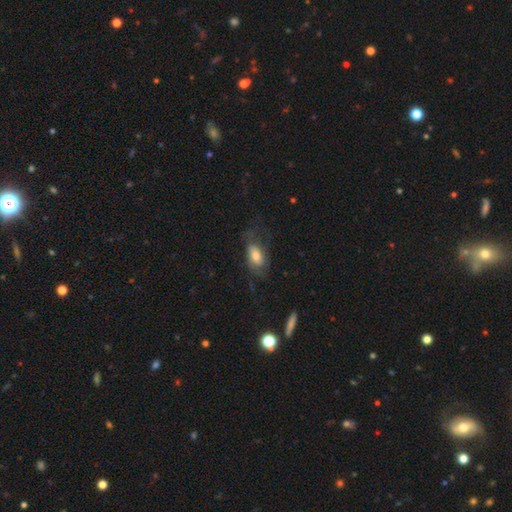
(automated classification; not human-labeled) smooth-or-featured: smooth: 54% | featured or disk: 38% | star or artifact: 8%
  how-rounded: in between: 88% | round: 7% | cigar-shaped: 5%
  merging: none: 48% | major disturbance: 27% | minor disturbance: 24% | merger: 2%